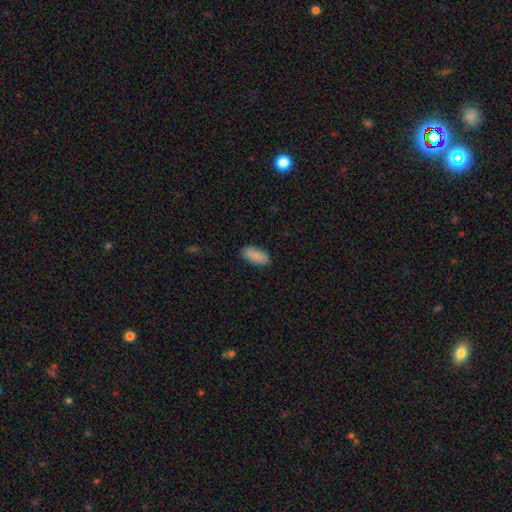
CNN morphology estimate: A smooth galaxy with no disk features (89%) that is in between round and cigar-shaped (89%). Merging: none (86%).